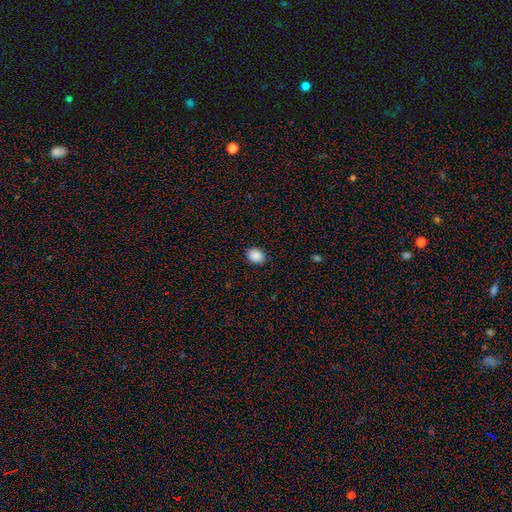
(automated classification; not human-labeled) Smooth or featured? Predicted: smooth (p=0.89). How rounded? Predicted: in between (p=0.57). Merging? Predicted: none (p=0.88).